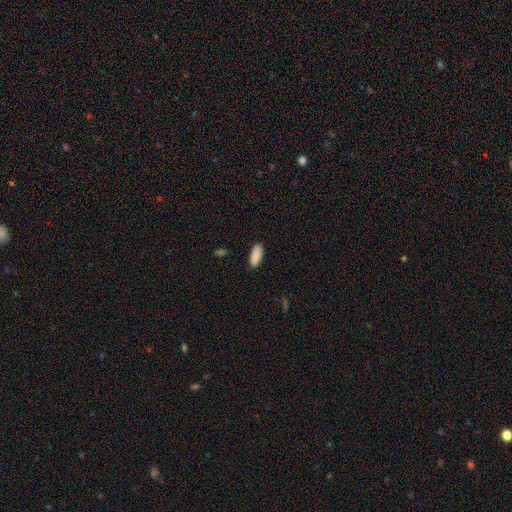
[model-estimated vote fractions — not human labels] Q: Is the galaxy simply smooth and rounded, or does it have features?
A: smooth — 89%.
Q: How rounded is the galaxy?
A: in between — 86%.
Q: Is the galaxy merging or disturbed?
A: none — 86%.